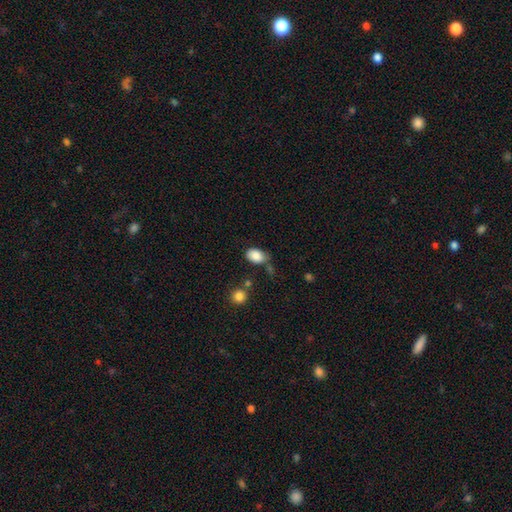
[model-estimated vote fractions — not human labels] Smooth or featured? smooth (87%)
How rounded? in between (84%)
Merging? none (61%)